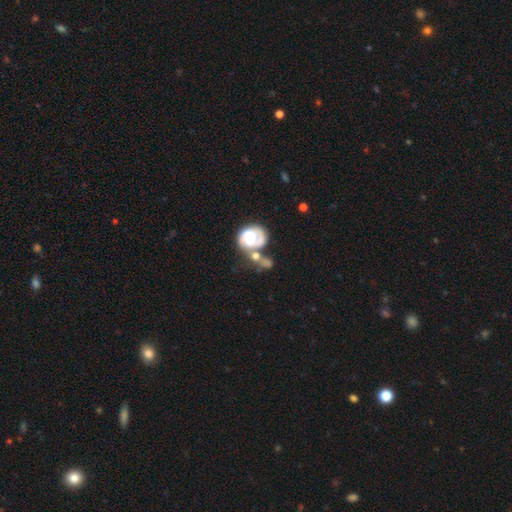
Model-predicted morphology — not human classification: Overall: featured or disk (65%; smooth 28%). Edge-on disk: no (97%). Bar: no (50%; weak 36%). Spiral arms: yes (81%). Spiral arm count: 2 (66%). Spiral winding: tight (46%; medium 37%). Bulge size: moderate (50%; large 21%). Merging: merger (44%; none 29%).